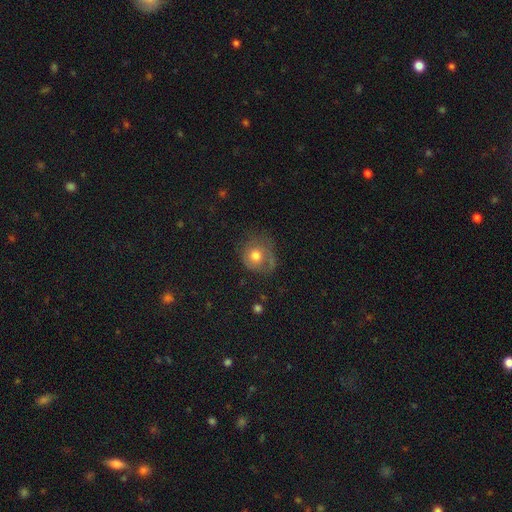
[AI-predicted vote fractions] Smooth or featured? Predicted: smooth (p=0.62). How rounded? Predicted: round (p=0.80). Merging? Predicted: none (p=0.50).